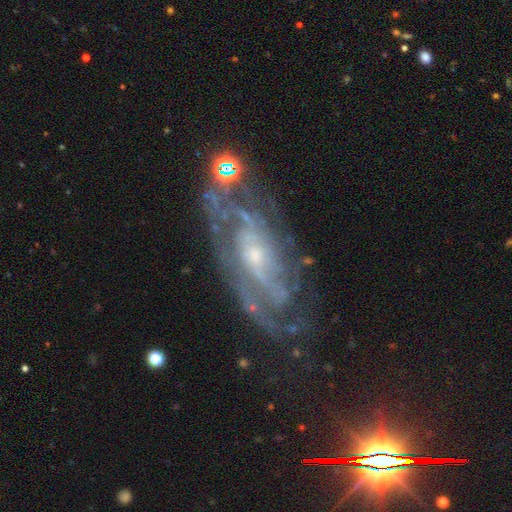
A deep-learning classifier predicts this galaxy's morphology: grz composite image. It shows a featured or disk galaxy (85%) with no bar (63%), tight (56%) spiral arms (92%) and a small central bulge (70%). Merging: none (64%).